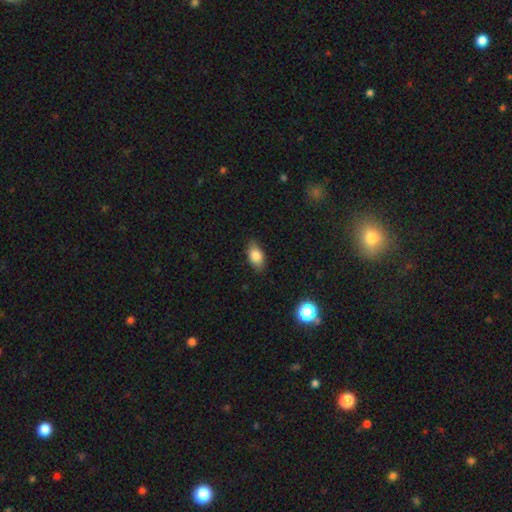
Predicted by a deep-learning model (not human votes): A smooth galaxy with no disk features (83%) that is in between round and cigar-shaped (87%). Merging: none (81%).